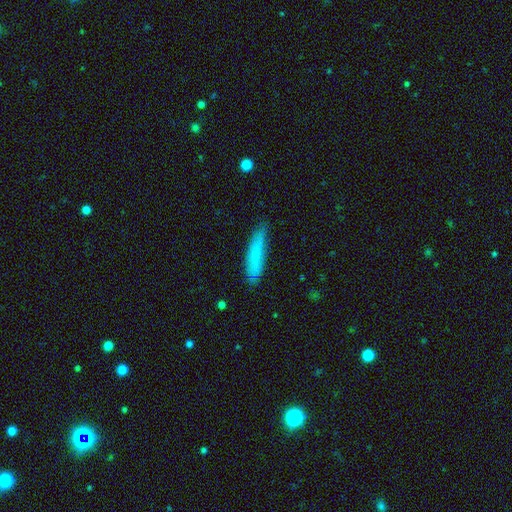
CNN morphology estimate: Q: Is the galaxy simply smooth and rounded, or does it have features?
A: smooth — 73%.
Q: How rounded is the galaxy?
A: cigar-shaped — 82%.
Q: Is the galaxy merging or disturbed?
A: none — 75%.